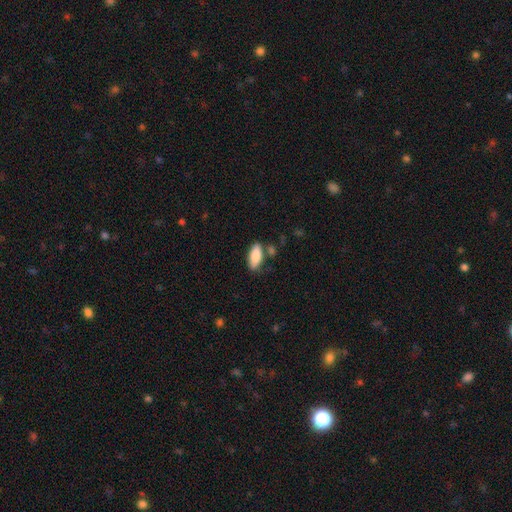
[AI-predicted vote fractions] smooth_or_featured: smooth (p=0.85) [alt: featured or disk p=0.09]
how_rounded: in between (p=0.82) [alt: cigar-shaped p=0.16]
merging: none (p=0.75) [alt: minor disturbance p=0.15]